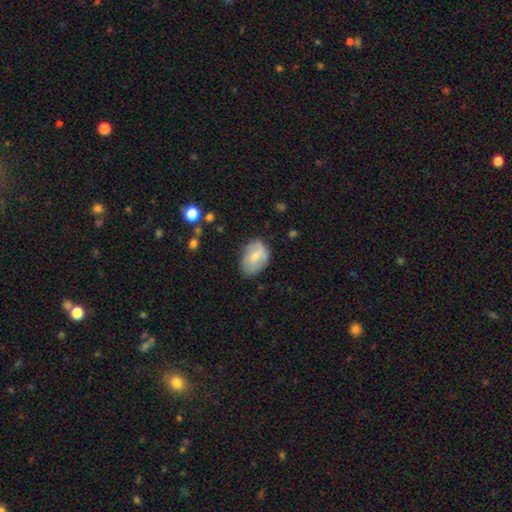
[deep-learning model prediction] smooth 58%, featured or disk 36%, star or artifact 7%. Down the decision tree: how rounded — in between (83%); merging — none (62%).